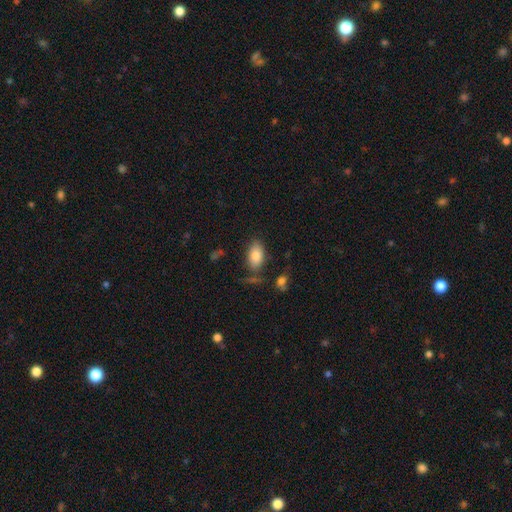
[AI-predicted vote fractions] Smooth or featured: smooth — 81% (featured or disk — 11%)
How rounded: in between — 92% (round — 6%)
Merging: none — 75% (minor disturbance — 15%)